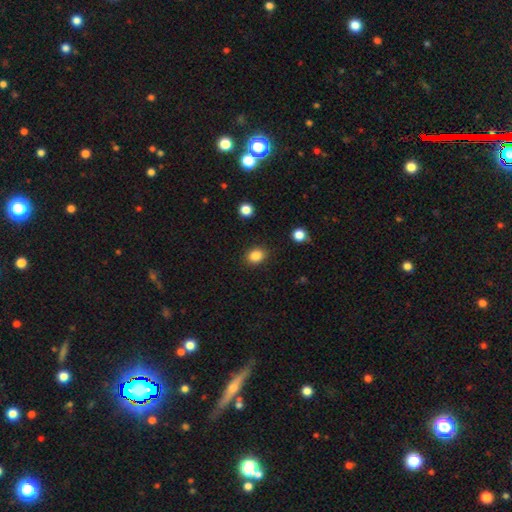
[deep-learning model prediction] smooth_or_featured: smooth (p=0.85) [alt: star or artifact p=0.11]
how_rounded: round (p=0.58) [alt: in between p=0.41]
merging: none (p=0.88) [alt: minor disturbance p=0.08]